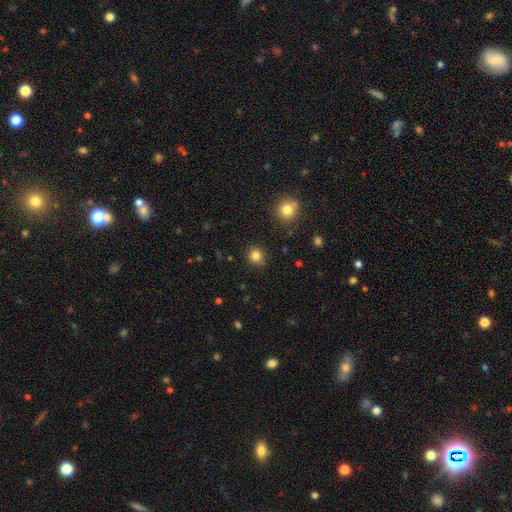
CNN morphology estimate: Smooth or featured?
  - smooth: 83% *
  - star or artifact: 12%
  - featured or disk: 5%
How rounded?
  - round: 90% *
  - in between: 9%
  - cigar-shaped: 1%
Merging?
  - none: 88% *
  - minor disturbance: 8%
  - major disturbance: 2%
  - merger: 2%